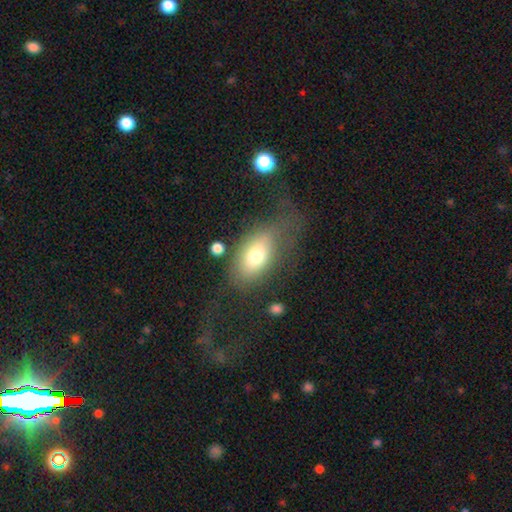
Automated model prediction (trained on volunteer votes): Morphology: type=smooth (70%); roundness=in between (88%); merging=none (42%).